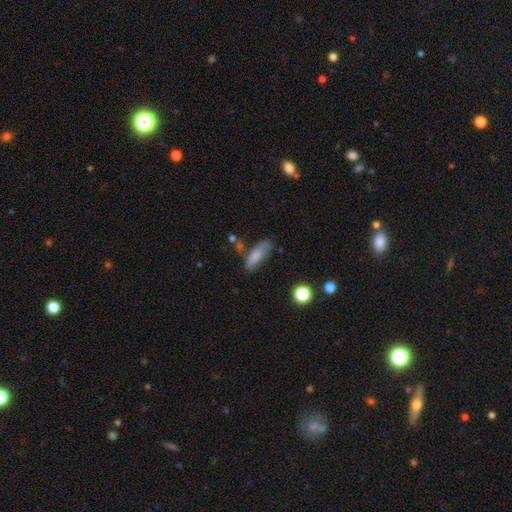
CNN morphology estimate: Q: Smooth or featured?
A: smooth (75%); runner-up: featured or disk (17%)
Q: How rounded?
A: in between (59%); runner-up: cigar-shaped (38%)
Q: Merging?
A: none (57%); runner-up: minor disturbance (27%)